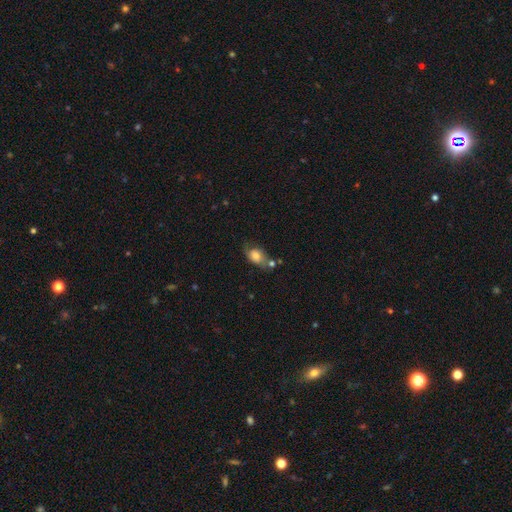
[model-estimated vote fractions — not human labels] This is likely a smooth galaxy (70%). How rounded: likely in between (73%). Merging: possibly none (46%).